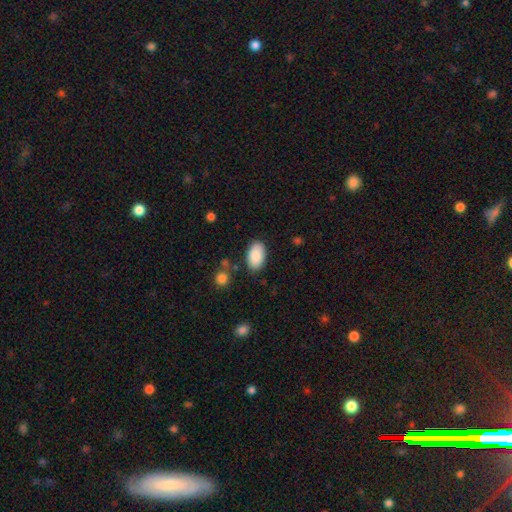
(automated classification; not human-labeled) Smooth or featured: smooth — 89% (star or artifact — 6%)
How rounded: in between — 94% (round — 4%)
Merging: none — 83% (minor disturbance — 12%)